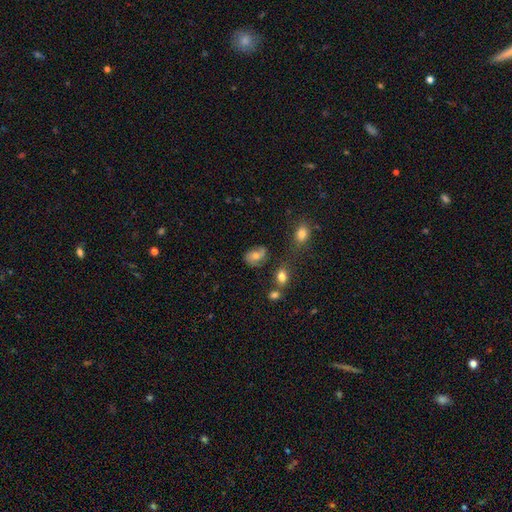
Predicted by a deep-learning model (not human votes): Q: Smooth or featured?
A: smooth (49%); runner-up: featured or disk (39%)
Q: Merging?
A: none (56%); runner-up: minor disturbance (25%)